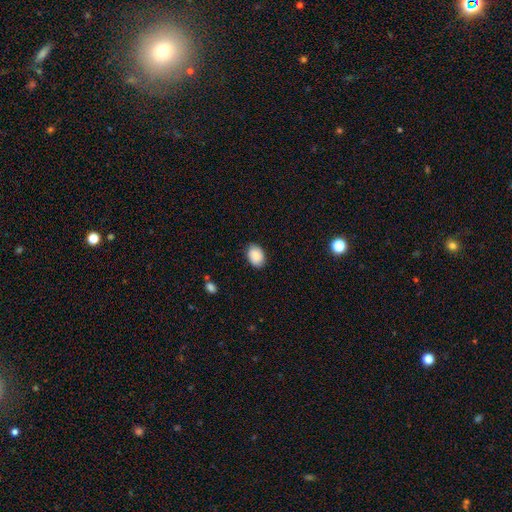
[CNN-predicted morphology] The model was most divided on "how rounded": in between: 76%, round: 23%, cigar-shaped: 1%. More confident: merging — none (86%); smooth or featured — smooth (86%).